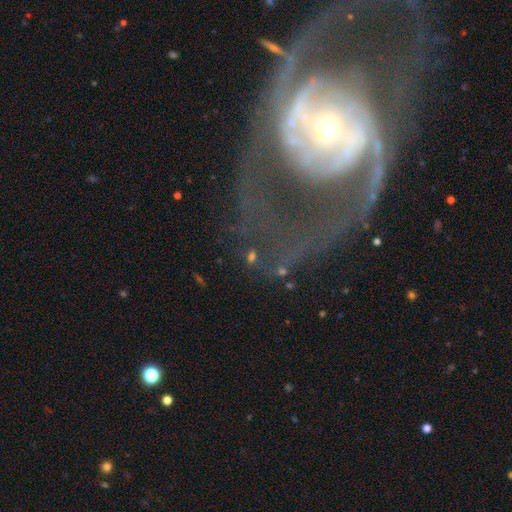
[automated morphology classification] A featured or disk galaxy (77%) with no bar (47%), 2 (45%) medium (38%) spiral arms (78%) and a small central bulge (54%).

Vote fractions:
- Smooth or featured? featured or disk: 77% / smooth: 12% / star or artifact: 11%
- Edge-on disk? no: 95% / yes: 5%
- Bar? no: 47% / weak: 29% / strong: 24%
- Spiral arms? yes: 78% / no: 22%
- Spiral winding? medium: 38% / tight: 37% / loose: 25%
- Spiral arm count? 2: 45% / can't tell: 25% / 1: 11% / 3: 9% / 4: 5% / more than 4: 5%
- Bulge size? small: 54% / moderate: 37% / large: 4% / none: 3% / dominant: 2%
- Merging? none: 44% / major disturbance: 36% / minor disturbance: 15% / merger: 5%